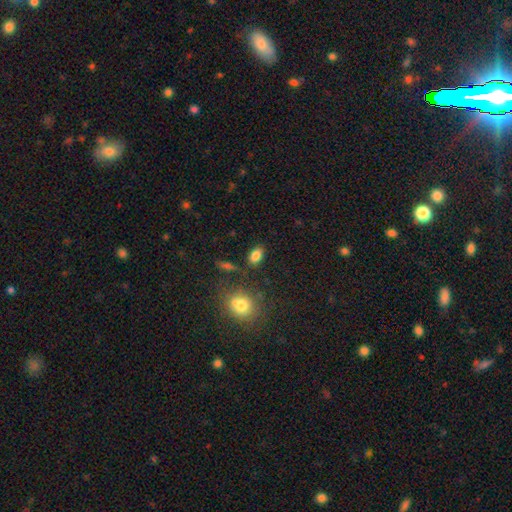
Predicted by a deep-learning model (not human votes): A smooth galaxy with no disk features (84%) that is in between round and cigar-shaped (86%). Merging: none (81%).